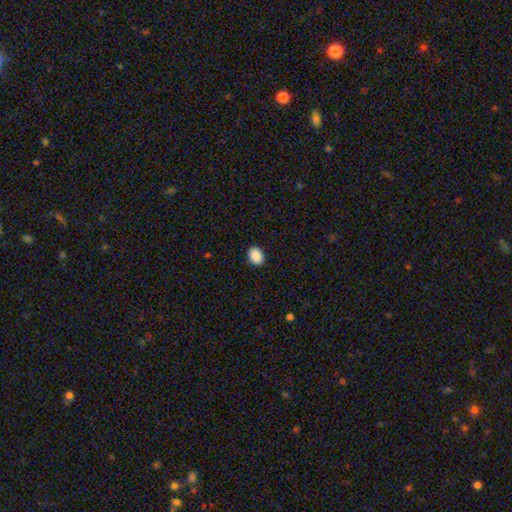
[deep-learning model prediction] smooth-or-featured: smooth: 90% | star or artifact: 7% | featured or disk: 2%
  how-rounded: in between: 71% | round: 28% | cigar-shaped: 1%
  merging: none: 90% | minor disturbance: 7% | major disturbance: 2% | merger: 1%